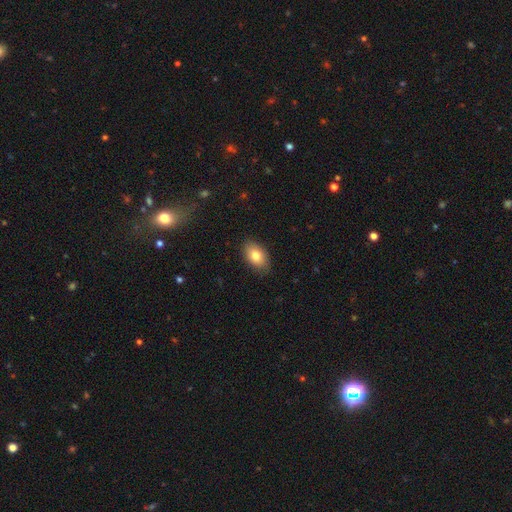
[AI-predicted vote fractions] Q: Smooth or featured?
A: smooth (81%); runner-up: featured or disk (12%)
Q: How rounded?
A: in between (91%); runner-up: round (8%)
Q: Merging?
A: none (86%); runner-up: minor disturbance (11%)